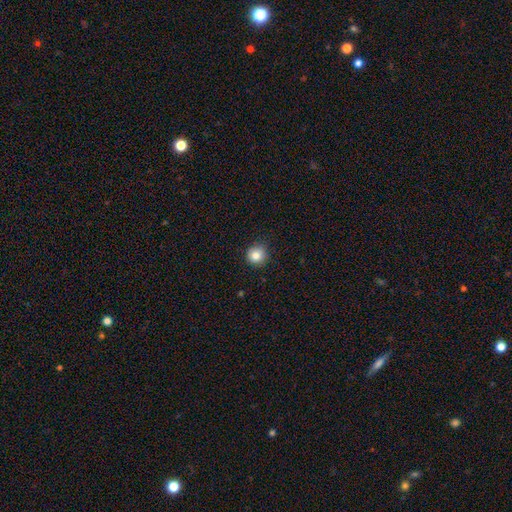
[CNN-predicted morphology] smooth_or_featured: smooth (p=0.82) [alt: star or artifact p=0.11]
how_rounded: round (p=0.94) [alt: in between p=0.05]
merging: none (p=0.90) [alt: minor disturbance p=0.07]